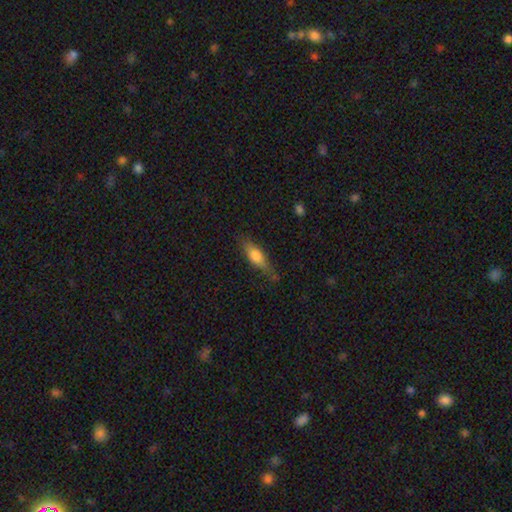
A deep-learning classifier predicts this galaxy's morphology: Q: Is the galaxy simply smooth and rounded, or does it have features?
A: smooth — 66%.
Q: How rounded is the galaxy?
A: in between — 52%.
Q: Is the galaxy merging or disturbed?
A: none — 67%.